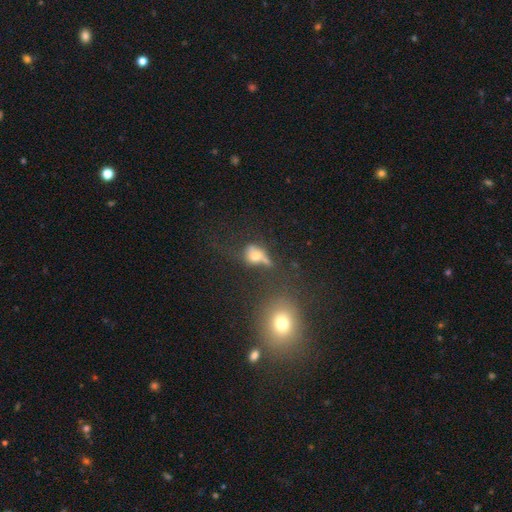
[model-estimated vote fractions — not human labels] smooth-or-featured: smooth: 58% | featured or disk: 27% | star or artifact: 15%
  how-rounded: in between: 51% | round: 45% | cigar-shaped: 4%
  merging: none: 30% | major disturbance: 28% | merger: 23% | minor disturbance: 19%